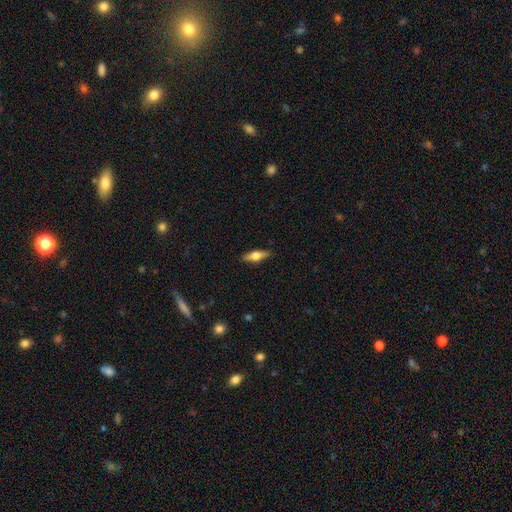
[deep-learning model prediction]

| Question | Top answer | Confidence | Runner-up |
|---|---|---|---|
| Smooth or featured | smooth | 48% | featured or disk (46%) |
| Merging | none | 88% | minor disturbance (9%) |